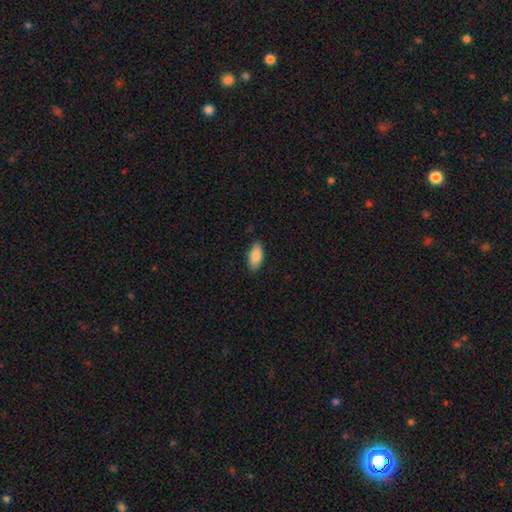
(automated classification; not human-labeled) A smooth galaxy with no disk features (86%) that is in between round and cigar-shaped (88%). Merging: none (86%).